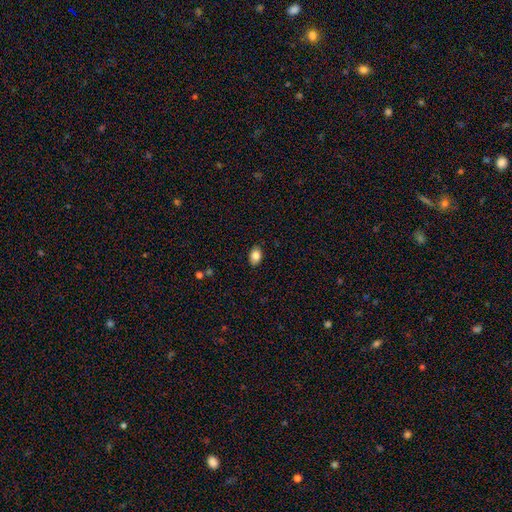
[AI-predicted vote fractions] Q: Smooth or featured?
A: smooth (85%); runner-up: star or artifact (8%)
Q: How rounded?
A: in between (84%); runner-up: round (15%)
Q: Merging?
A: none (88%); runner-up: minor disturbance (9%)